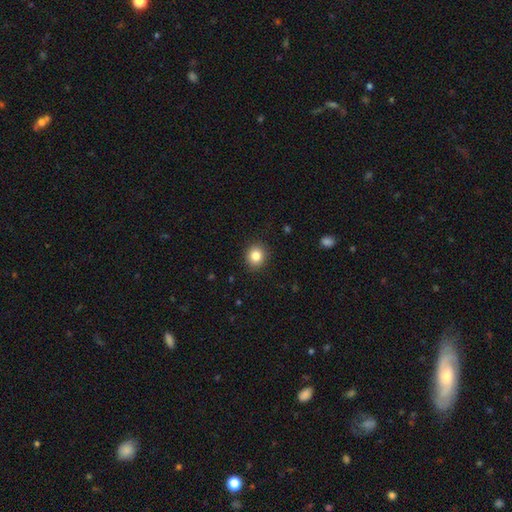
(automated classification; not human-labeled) smooth_or_featured: smooth (p=0.84) [alt: star or artifact p=0.10]
how_rounded: round (p=0.86) [alt: in between p=0.13]
merging: none (p=0.91) [alt: minor disturbance p=0.06]